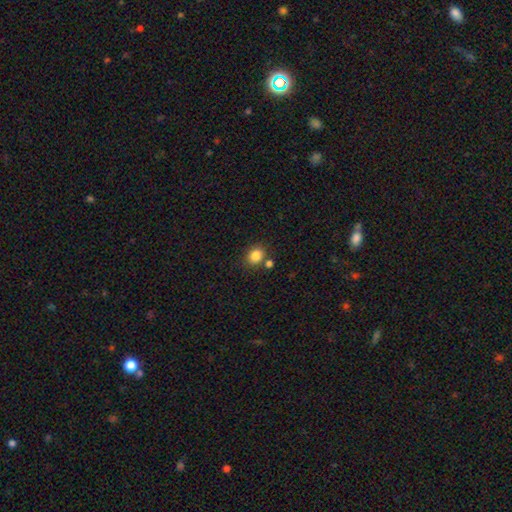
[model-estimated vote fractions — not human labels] smooth 84%, star or artifact 10%, featured or disk 5%. Down the decision tree: how rounded — round (55%); merging — none (73%).